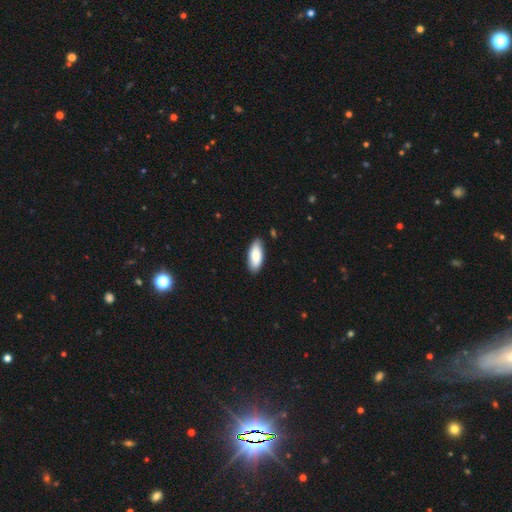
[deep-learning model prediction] Smooth or featured? smooth (85%)
How rounded? in between (85%)
Merging? none (86%)